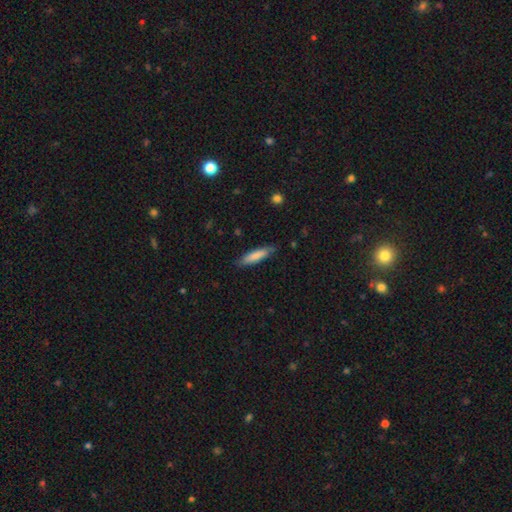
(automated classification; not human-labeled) Q: Smooth or featured?
A: smooth (79%); runner-up: featured or disk (15%)
Q: How rounded?
A: cigar-shaped (79%); runner-up: in between (20%)
Q: Merging?
A: none (82%); runner-up: minor disturbance (14%)